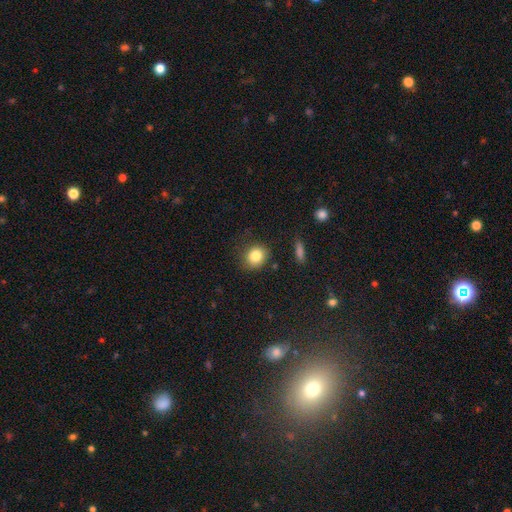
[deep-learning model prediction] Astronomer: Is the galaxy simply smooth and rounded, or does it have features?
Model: smooth — 83%.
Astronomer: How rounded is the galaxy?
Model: round — 76%.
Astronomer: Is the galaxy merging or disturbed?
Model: none — 81%.